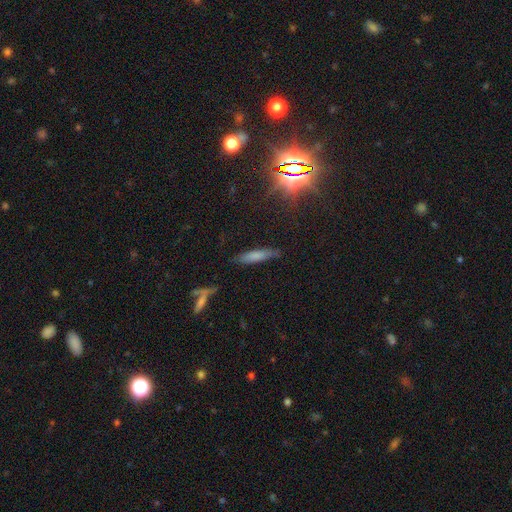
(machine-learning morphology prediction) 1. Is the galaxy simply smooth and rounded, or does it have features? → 70% smooth, 19% featured or disk, 10% star or artifact.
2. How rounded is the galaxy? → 81% cigar-shaped, 17% in between, 2% round.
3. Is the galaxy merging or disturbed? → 78% none, 16% minor disturbance, 4% major disturbance, 2% merger.